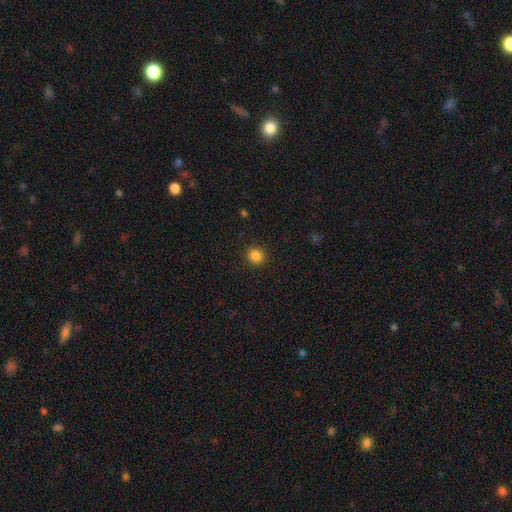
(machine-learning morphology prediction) Smooth or featured? smooth (85%)
How rounded? round (91%)
Merging? none (92%)